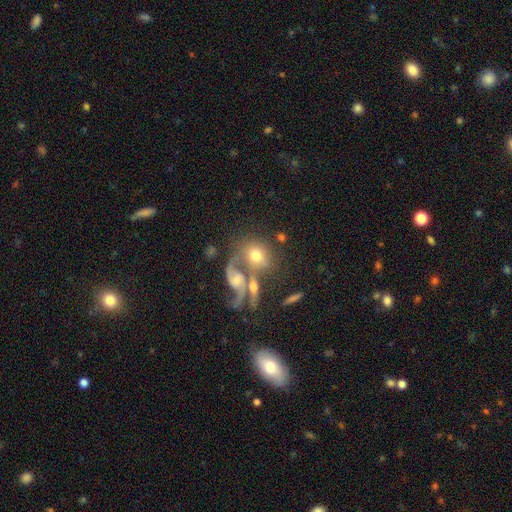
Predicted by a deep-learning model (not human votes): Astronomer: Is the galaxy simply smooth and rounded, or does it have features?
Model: smooth — 52% (runner-up: featured or disk, 37%).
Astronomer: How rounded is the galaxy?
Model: round — 65%.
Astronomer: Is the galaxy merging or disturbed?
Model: merger — 47% (runner-up: none, 32%).